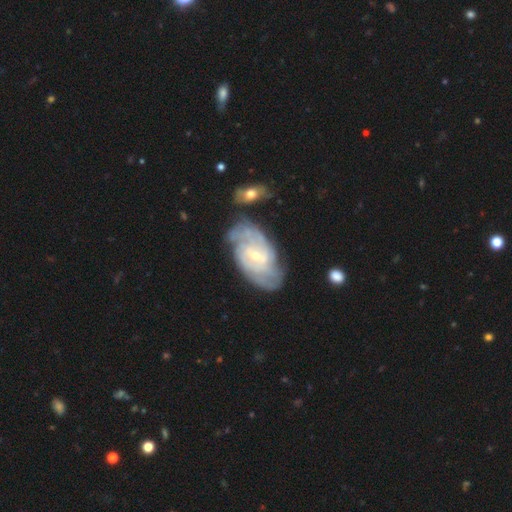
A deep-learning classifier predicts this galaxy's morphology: A featured or disk galaxy (83%) with a weak bar (46%), tight (65%) spiral arms (94%) and a small central bulge (70%). Merging: none (65%).